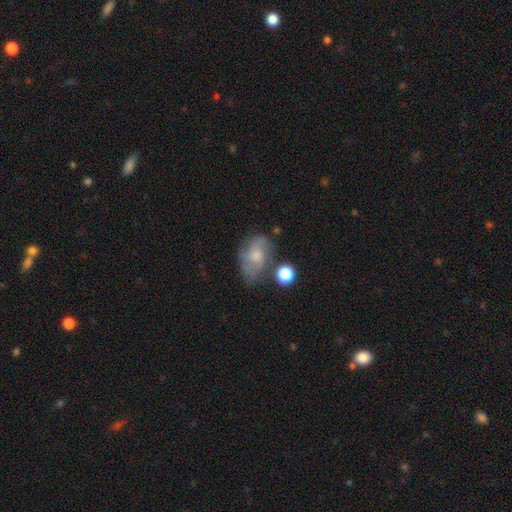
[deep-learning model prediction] A smooth galaxy with no disk features (50%). Merging: none (44%).